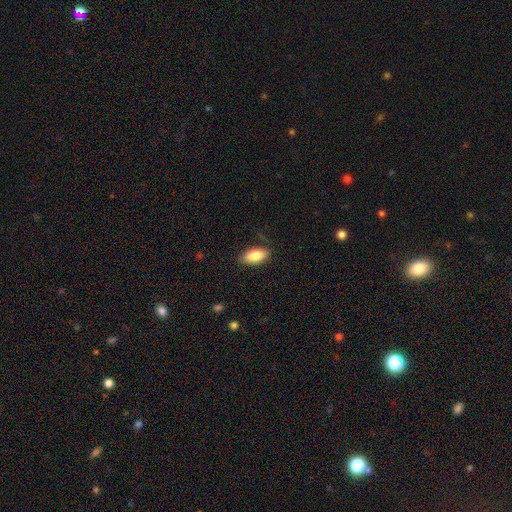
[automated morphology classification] Smooth or featured?
  - smooth: 81% *
  - featured or disk: 12%
  - star or artifact: 7%
How rounded?
  - in between: 89% *
  - cigar-shaped: 8%
  - round: 3%
Merging?
  - none: 81% *
  - minor disturbance: 15%
  - major disturbance: 3%
  - merger: 1%